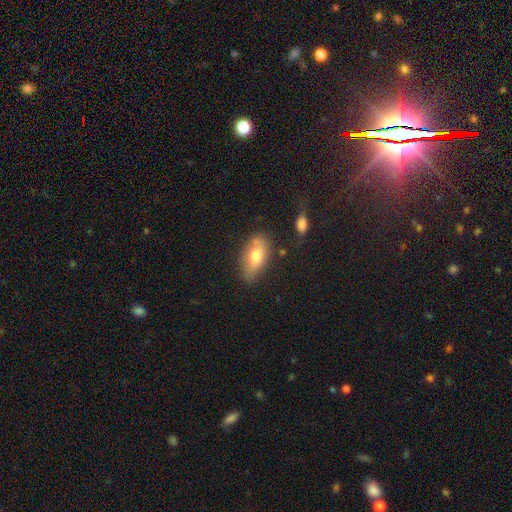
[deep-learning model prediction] Smooth or featured: smooth — 71% (featured or disk — 22%)
How rounded: in between — 89% (cigar-shaped — 6%)
Merging: none — 63% (minor disturbance — 22%)